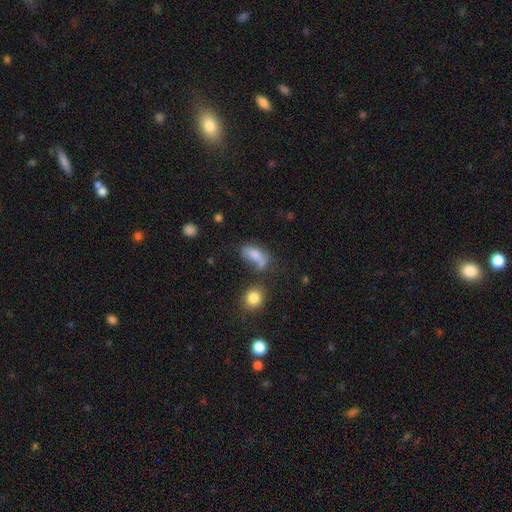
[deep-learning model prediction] smooth-or-featured: smooth: 72% | featured or disk: 16% | star or artifact: 11%
  how-rounded: in between: 81% | cigar-shaped: 11% | round: 8%
  merging: none: 34% | merger: 24% | minor disturbance: 23% | major disturbance: 19%